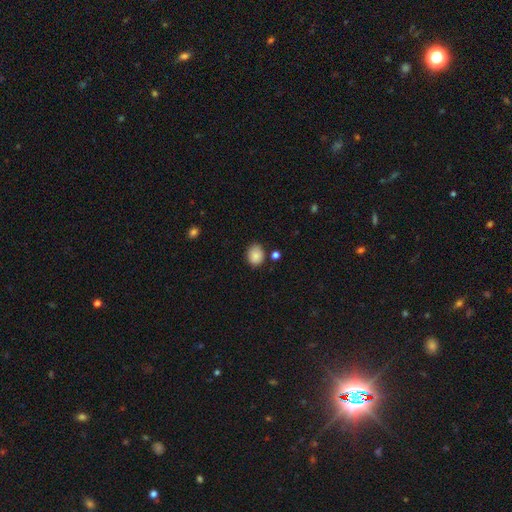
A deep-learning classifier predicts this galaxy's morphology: This is clearly a smooth galaxy (87%). How rounded: possibly round (53%). Merging: likely none (77%).